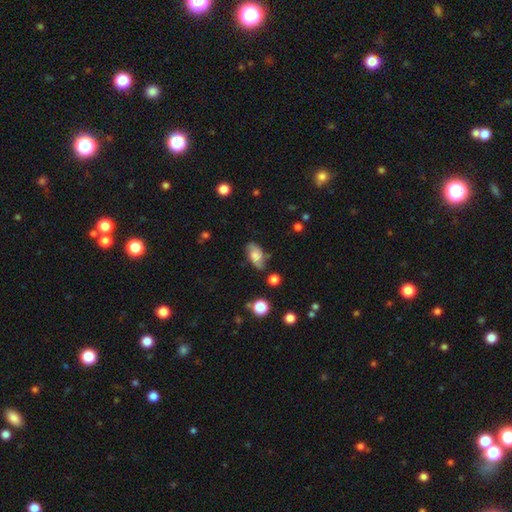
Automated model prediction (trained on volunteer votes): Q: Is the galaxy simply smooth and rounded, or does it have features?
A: smooth — 54%.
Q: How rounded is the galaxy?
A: in between — 88%.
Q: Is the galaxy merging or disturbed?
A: none — 69%.